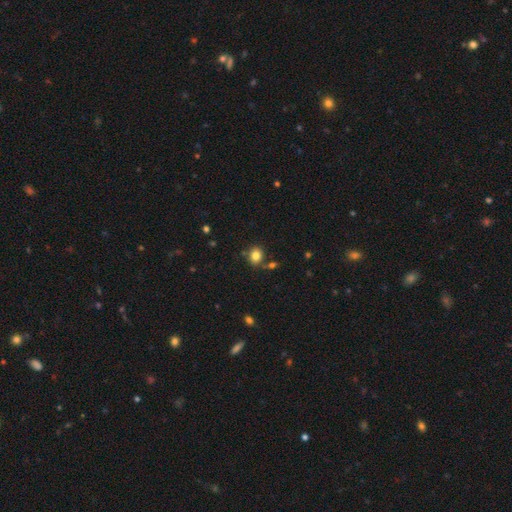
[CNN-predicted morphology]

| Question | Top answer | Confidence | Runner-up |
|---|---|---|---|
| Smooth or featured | smooth | 81% | star or artifact (11%) |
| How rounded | round | 67% | in between (32%) |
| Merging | none | 72% | minor disturbance (13%) |